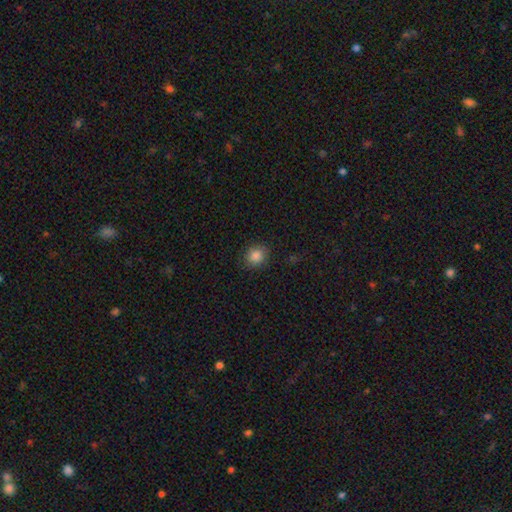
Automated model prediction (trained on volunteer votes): This appears to be a smooth galaxy with no disk features (85%) that is round (68%). Merging: none (88%).